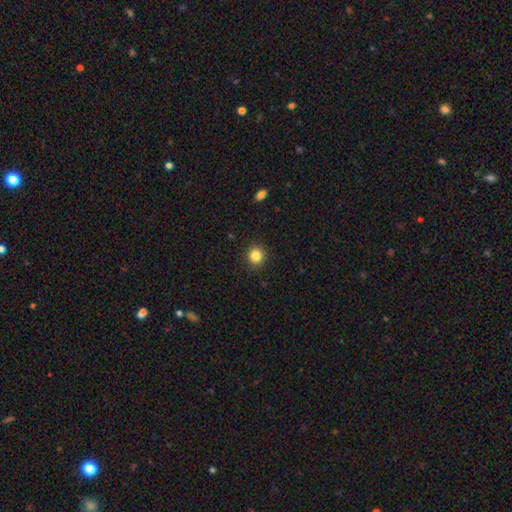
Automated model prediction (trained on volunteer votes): Smooth or featured: smooth — 84% (star or artifact — 11%)
How rounded: round — 88% (in between — 11%)
Merging: none — 91% (minor disturbance — 6%)